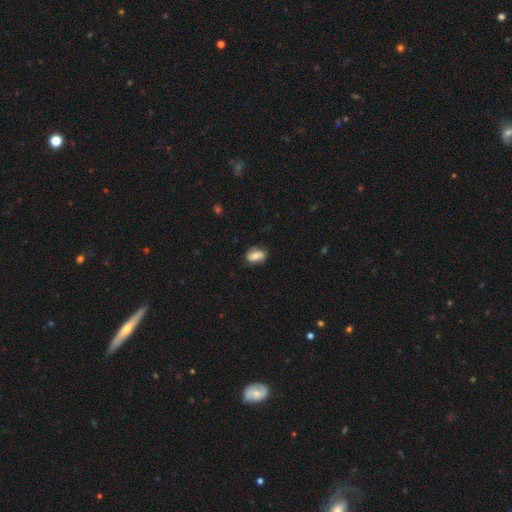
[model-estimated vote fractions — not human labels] A smooth galaxy with no disk features (60%) that is in between round and cigar-shaped (83%). Merging: none (73%).